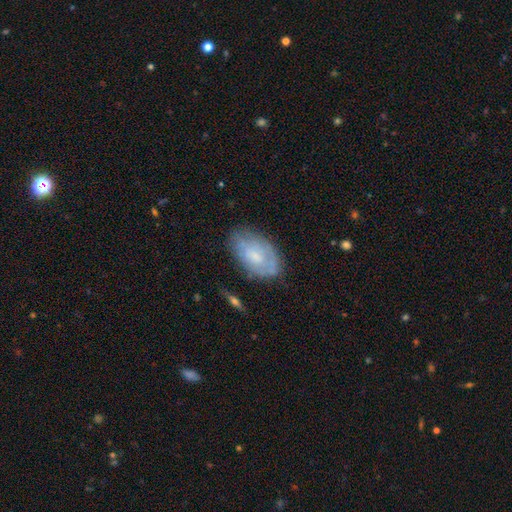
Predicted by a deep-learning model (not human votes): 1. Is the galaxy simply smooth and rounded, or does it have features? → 48% smooth, 45% featured or disk, 7% star or artifact.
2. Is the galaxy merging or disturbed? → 66% none, 24% minor disturbance, 8% major disturbance, 2% merger.